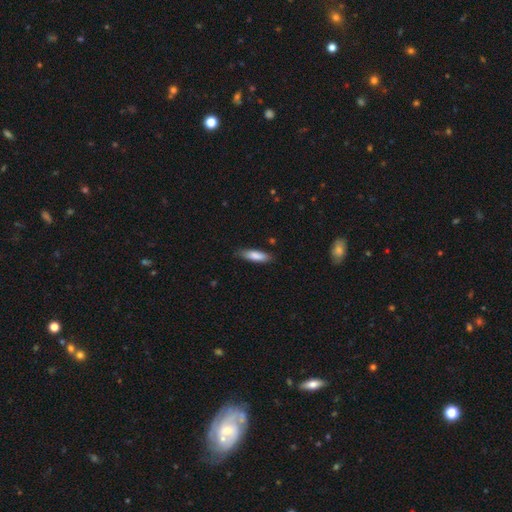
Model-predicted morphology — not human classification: A smooth galaxy with no disk features (83%) that is cigar-shaped (60%). Merging: none (81%).